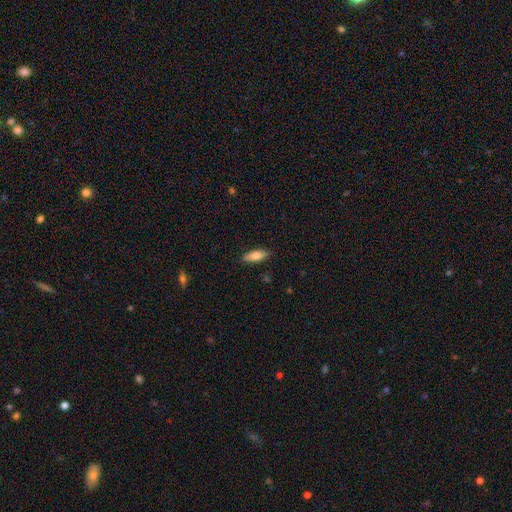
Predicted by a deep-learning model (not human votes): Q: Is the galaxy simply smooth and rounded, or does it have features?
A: smooth — 79%.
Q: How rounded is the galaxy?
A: in between — 62%.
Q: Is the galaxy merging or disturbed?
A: none — 86%.